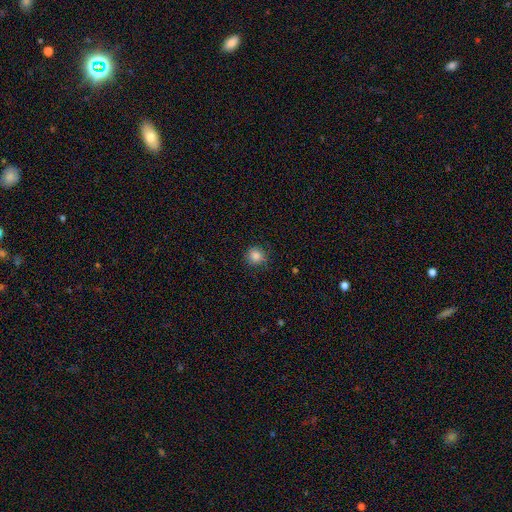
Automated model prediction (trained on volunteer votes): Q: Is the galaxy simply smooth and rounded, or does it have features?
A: smooth — 85%.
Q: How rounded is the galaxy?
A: round — 91%.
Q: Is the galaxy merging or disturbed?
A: none — 86%.